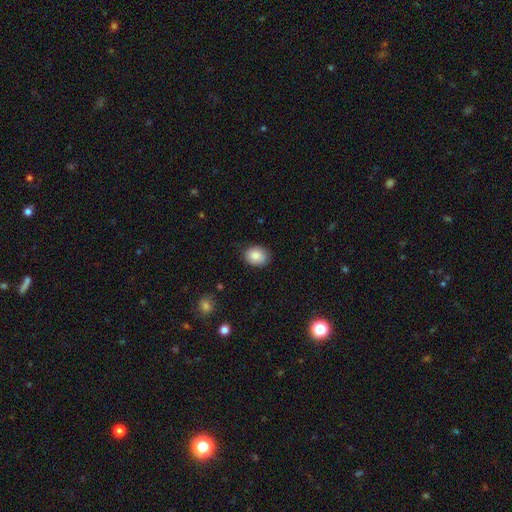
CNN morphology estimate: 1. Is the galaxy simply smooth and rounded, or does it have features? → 85% smooth, 8% star or artifact, 8% featured or disk.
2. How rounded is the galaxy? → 59% in between, 40% round, 1% cigar-shaped.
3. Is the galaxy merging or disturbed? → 83% none, 14% minor disturbance, 3% major disturbance, 1% merger.